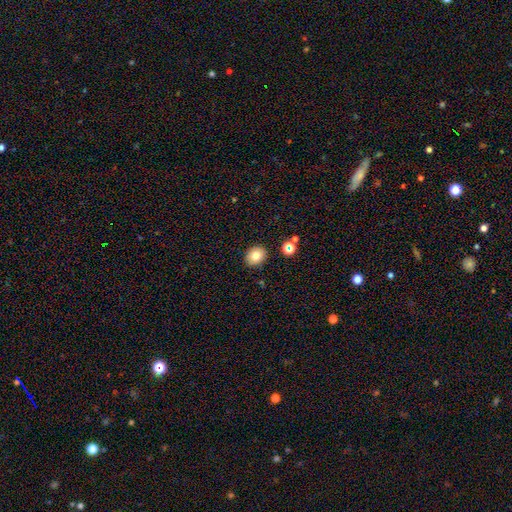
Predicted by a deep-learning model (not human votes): Smooth or featured? Predicted: smooth (p=0.77). How rounded? Predicted: round (p=0.68). Merging? Predicted: none (p=0.88).